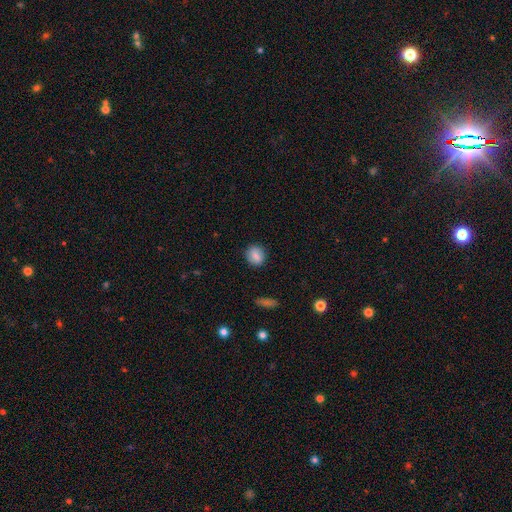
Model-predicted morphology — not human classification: This appears to be a smooth galaxy with no disk features (83%) that is round (62%). Merging: none (85%).